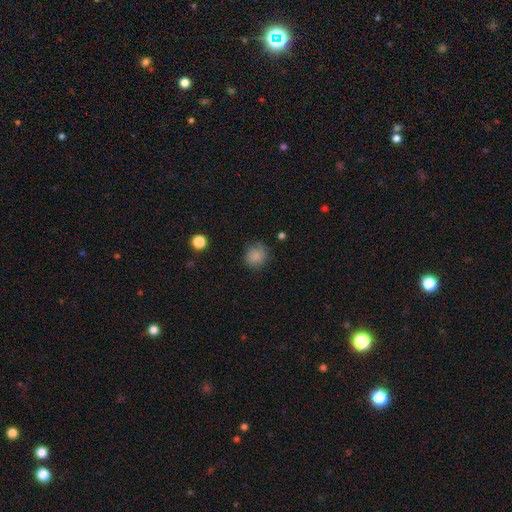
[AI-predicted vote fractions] A smooth galaxy with no disk features (83%) that is round (82%).

Vote fractions:
- Smooth or featured? smooth: 83% / star or artifact: 11% / featured or disk: 6%
- How rounded? round: 82% / in between: 17% / cigar-shaped: 1%
- Merging? none: 71% / minor disturbance: 21% / major disturbance: 6% / merger: 2%